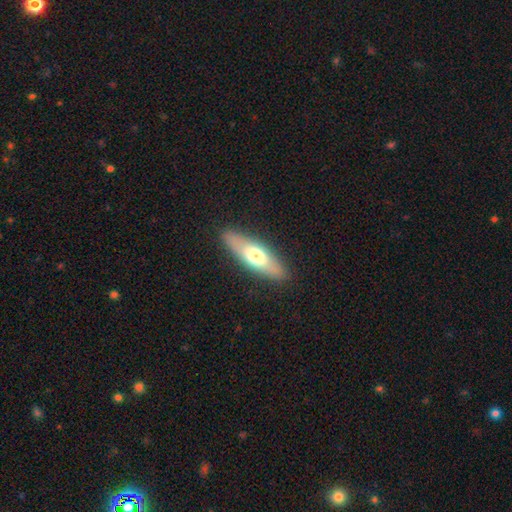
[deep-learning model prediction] Overall: smooth (56%; featured or disk 39%). How rounded: cigar-shaped (55%; in between 43%). Merging: none (88%).